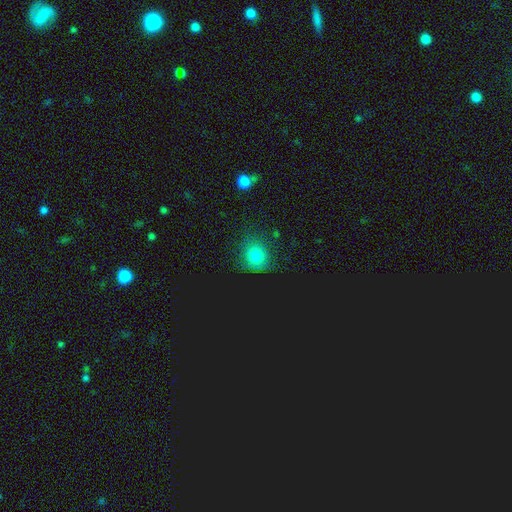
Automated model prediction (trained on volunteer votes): Q: Smooth or featured?
A: smooth (74%); runner-up: star or artifact (18%)
Q: How rounded?
A: round (78%); runner-up: in between (21%)
Q: Merging?
A: none (71%); runner-up: minor disturbance (19%)